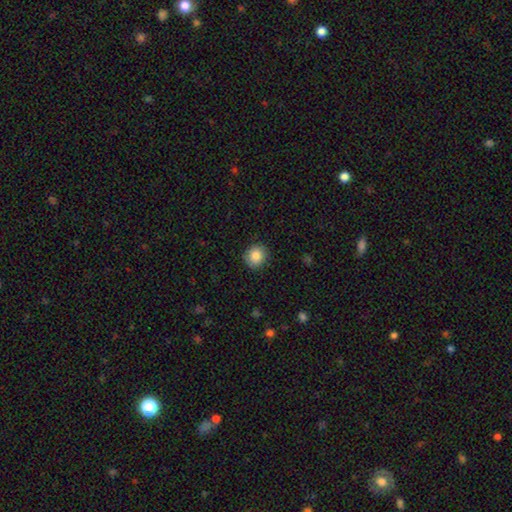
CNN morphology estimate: smooth_or_featured: smooth (p=0.85) [alt: star or artifact p=0.09]
how_rounded: round (p=0.86) [alt: in between p=0.13]
merging: none (p=0.89) [alt: minor disturbance p=0.08]